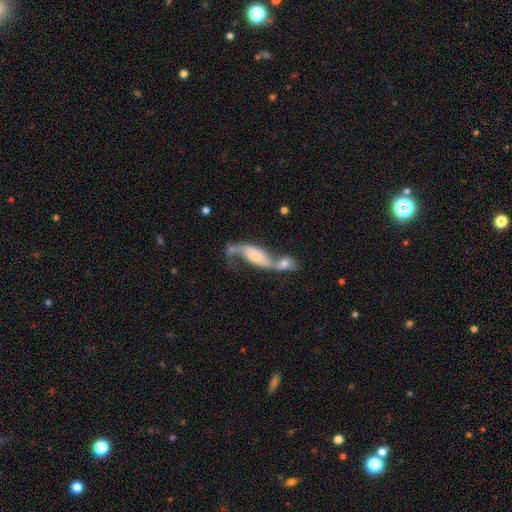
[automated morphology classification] type=featured or disk (70%); edge-on=no (88%); bar=no (57%); spiral arms=yes (85%); winding=loose (87%); arm count=2 (82%); bulge=none (33%); merging=merger (65%).